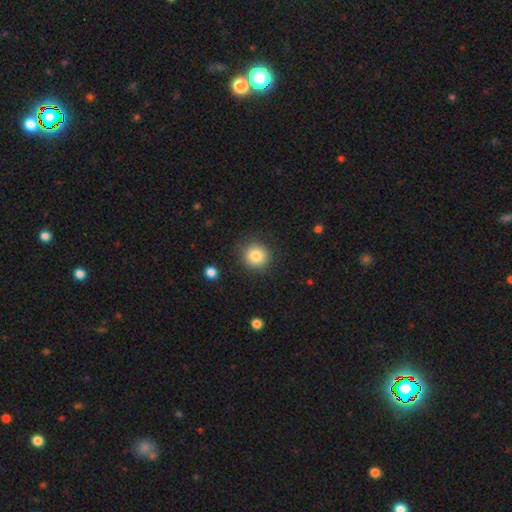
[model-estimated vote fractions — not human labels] The model was most divided on "smooth or featured": smooth: 82%, star or artifact: 10%, featured or disk: 8%. More confident: how rounded — round (91%); merging — none (87%).